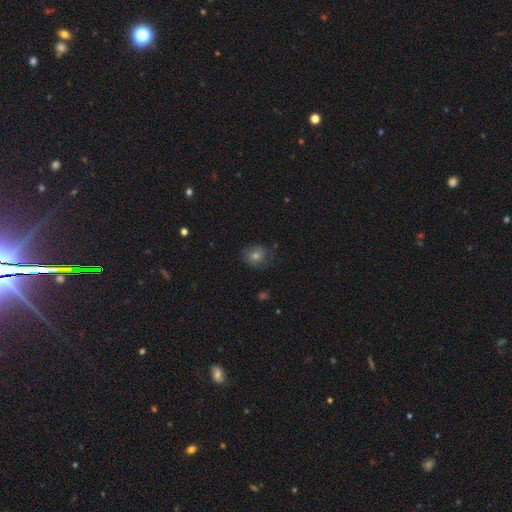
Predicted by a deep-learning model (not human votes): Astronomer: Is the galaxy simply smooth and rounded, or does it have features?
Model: smooth — 57%.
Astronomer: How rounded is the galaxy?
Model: round — 70%.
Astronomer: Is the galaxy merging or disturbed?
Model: none — 75%.